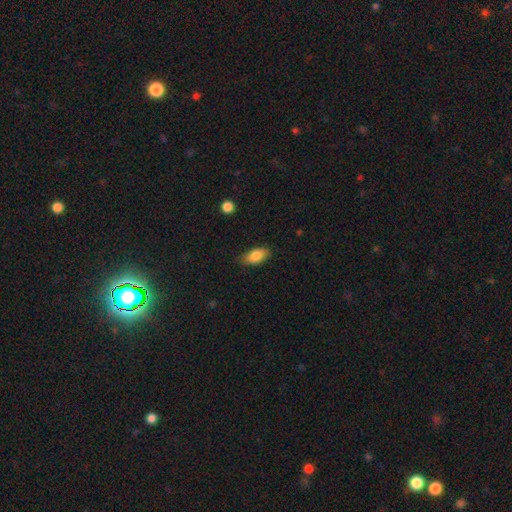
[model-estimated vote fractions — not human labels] Smooth or featured? smooth (84%)
How rounded? in between (90%)
Merging? none (83%)